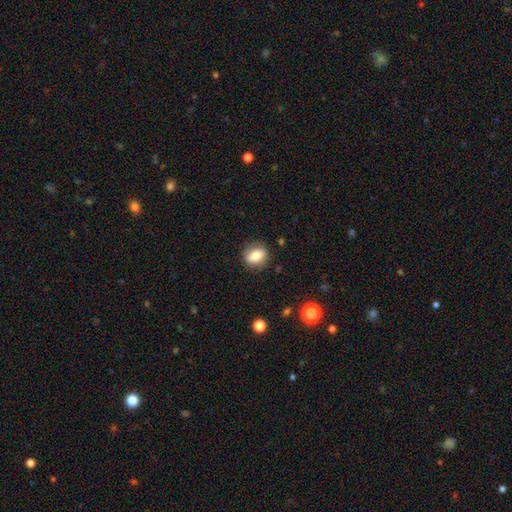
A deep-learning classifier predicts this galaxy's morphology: Smooth or featured? Predicted: smooth (p=0.74). How rounded? Predicted: round (p=0.53). Merging? Predicted: none (p=0.85).